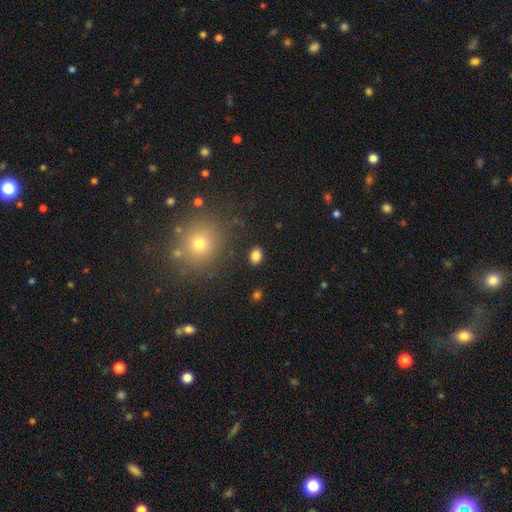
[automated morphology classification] This is clearly a smooth galaxy (83%). How rounded: likely in between (61%). Merging: clearly none (87%).